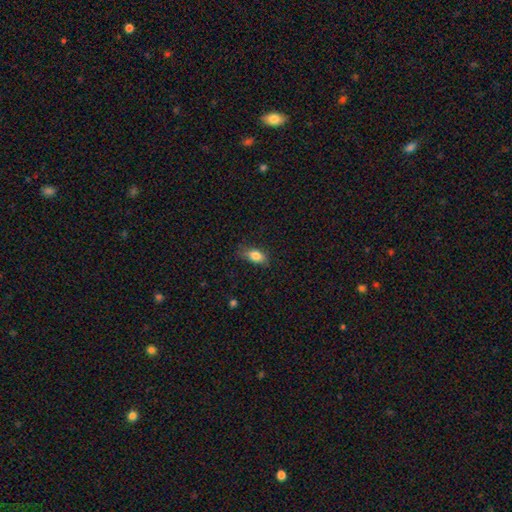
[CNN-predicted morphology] Smooth or featured: smooth — 82% (featured or disk — 10%)
How rounded: in between — 86% (cigar-shaped — 7%)
Merging: none — 71% (minor disturbance — 23%)